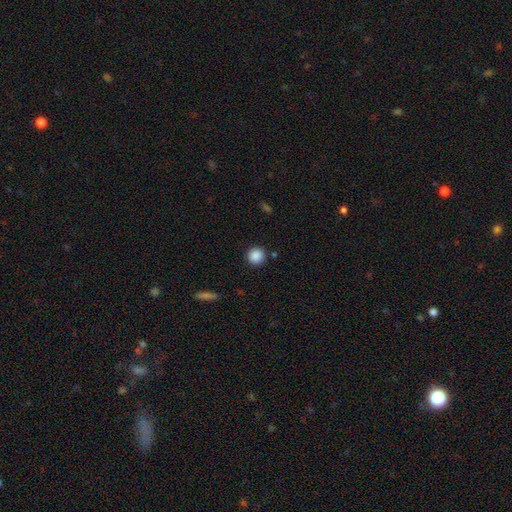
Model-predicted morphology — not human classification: A smooth galaxy with no disk features (88%) that is round (94%).

Vote fractions:
- Smooth or featured? smooth: 88% / star or artifact: 9% / featured or disk: 3%
- How rounded? round: 94% / in between: 5% / cigar-shaped: 1%
- Merging? none: 88% / minor disturbance: 7% / merger: 3% / major disturbance: 2%